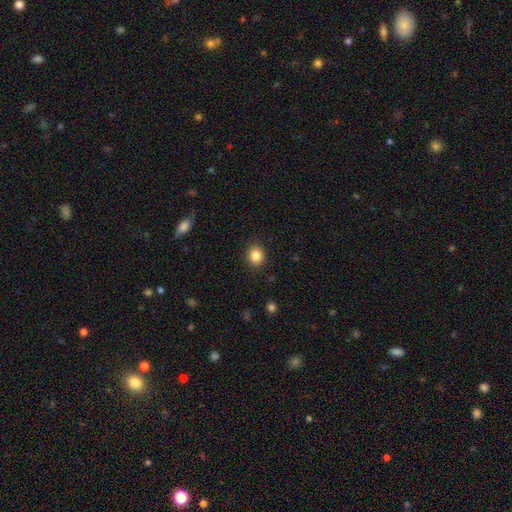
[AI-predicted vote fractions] Smooth or featured: smooth — 85% (star or artifact — 10%)
How rounded: round — 70% (in between — 29%)
Merging: none — 89% (minor disturbance — 7%)